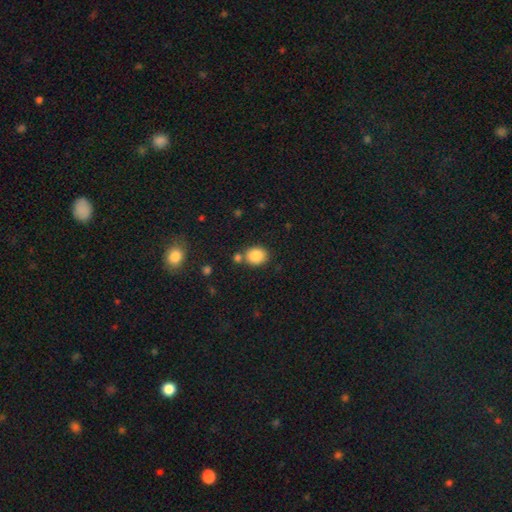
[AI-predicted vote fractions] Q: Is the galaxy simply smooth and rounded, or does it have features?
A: smooth — 84%.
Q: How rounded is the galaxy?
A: round — 69%.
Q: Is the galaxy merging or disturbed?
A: none — 71%.